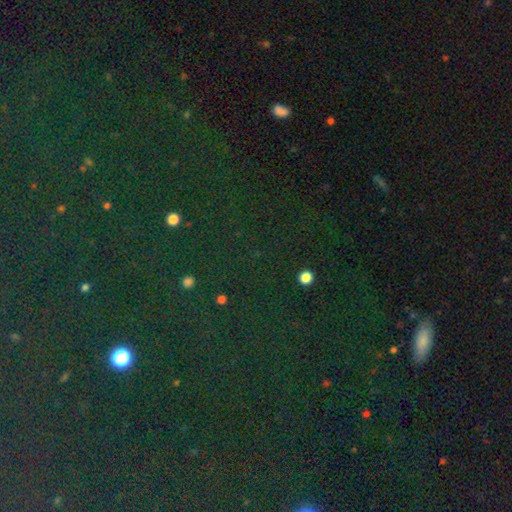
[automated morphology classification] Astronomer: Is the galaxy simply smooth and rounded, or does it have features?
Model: star or artifact — 80%.